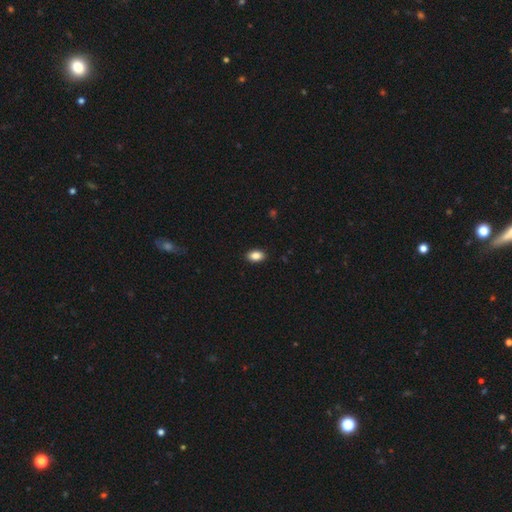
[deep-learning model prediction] Q: Smooth or featured?
A: smooth (87%); runner-up: star or artifact (8%)
Q: How rounded?
A: in between (89%); runner-up: round (10%)
Q: Merging?
A: none (90%); runner-up: minor disturbance (8%)